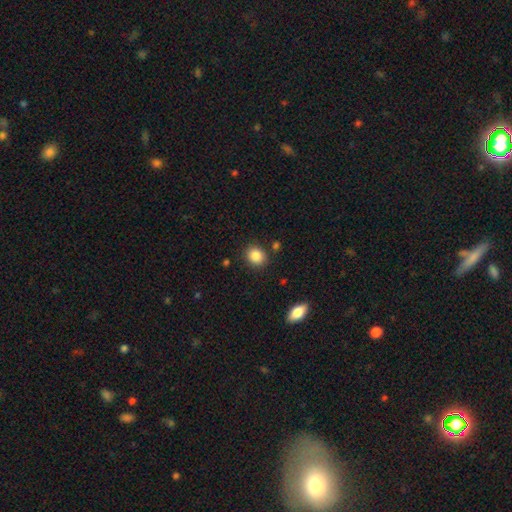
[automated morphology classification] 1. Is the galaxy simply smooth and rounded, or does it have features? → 86% smooth, 9% star or artifact, 5% featured or disk.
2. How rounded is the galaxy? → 67% round, 32% in between, 1% cigar-shaped.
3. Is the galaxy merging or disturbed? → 85% none, 9% minor disturbance, 3% merger, 3% major disturbance.